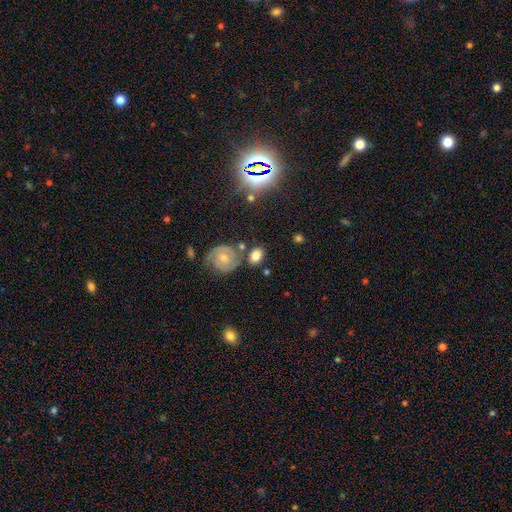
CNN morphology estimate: Smooth or featured: smooth — 68% (featured or disk — 22%)
How rounded: in between — 68% (round — 30%)
Merging: none — 68% (minor disturbance — 14%)